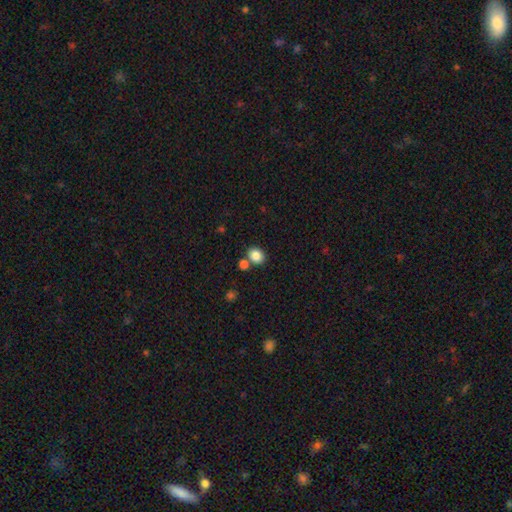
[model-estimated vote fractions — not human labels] Smooth or featured? smooth (86%)
How rounded? round (55%)
Merging? none (70%)